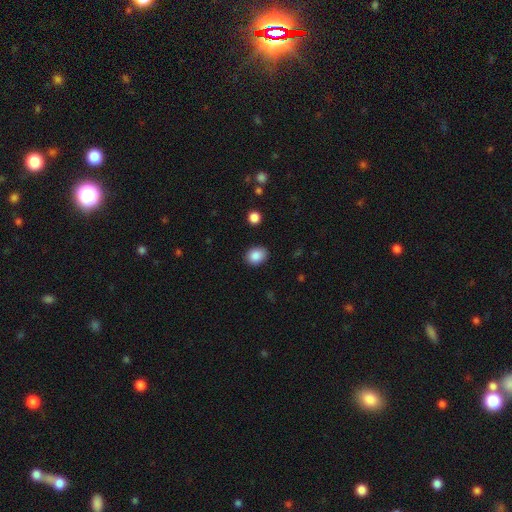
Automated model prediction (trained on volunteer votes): smooth 88%, star or artifact 9%, featured or disk 4%. Down the decision tree: how rounded — in between (57%); merging — none (86%).